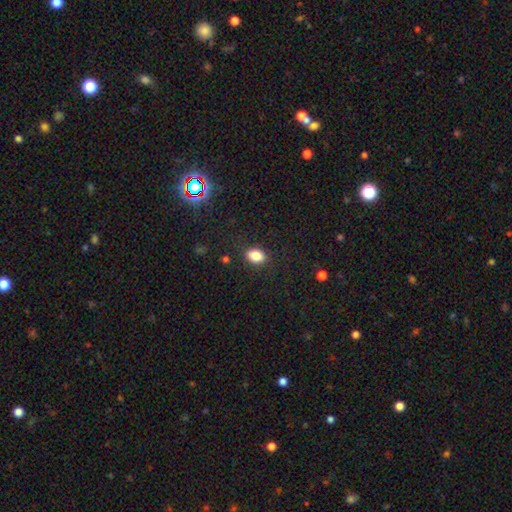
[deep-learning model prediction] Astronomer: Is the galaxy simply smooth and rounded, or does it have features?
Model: smooth — 84%.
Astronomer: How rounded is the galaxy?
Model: in between — 74%.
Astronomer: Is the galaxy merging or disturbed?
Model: none — 85%.